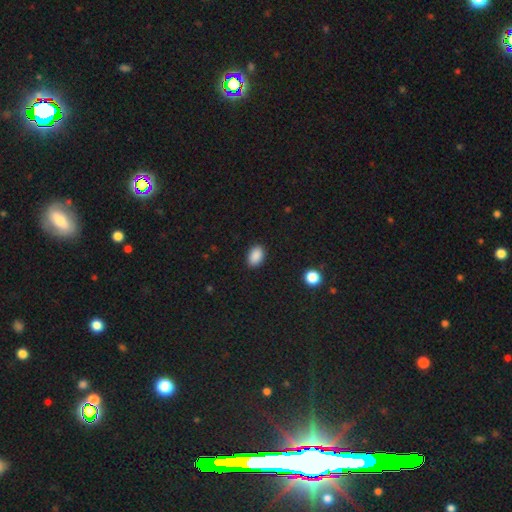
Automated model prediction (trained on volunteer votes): smooth-or-featured: smooth: 89% | star or artifact: 9% | featured or disk: 3%
  how-rounded: in between: 84% | round: 15% | cigar-shaped: 1%
  merging: none: 89% | minor disturbance: 8% | major disturbance: 2% | merger: 1%